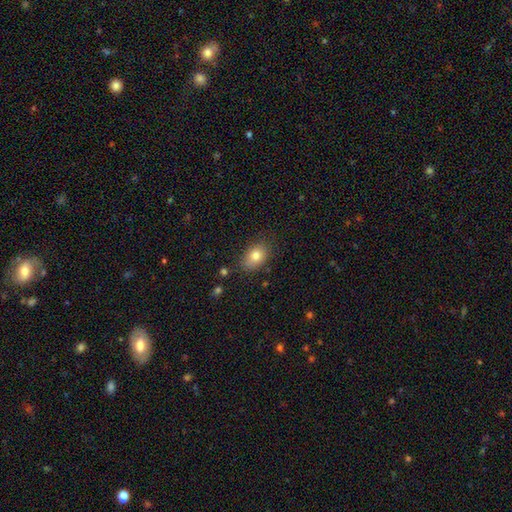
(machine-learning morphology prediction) Overall: smooth (80%). How rounded: in between (78%). Merging: none (77%).